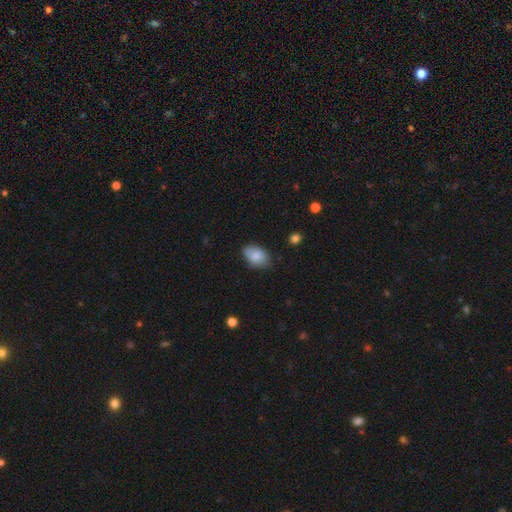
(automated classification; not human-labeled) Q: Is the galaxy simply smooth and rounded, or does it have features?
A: smooth — 81%.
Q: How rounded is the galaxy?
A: in between — 86%.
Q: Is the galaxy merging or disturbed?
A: none — 70%.